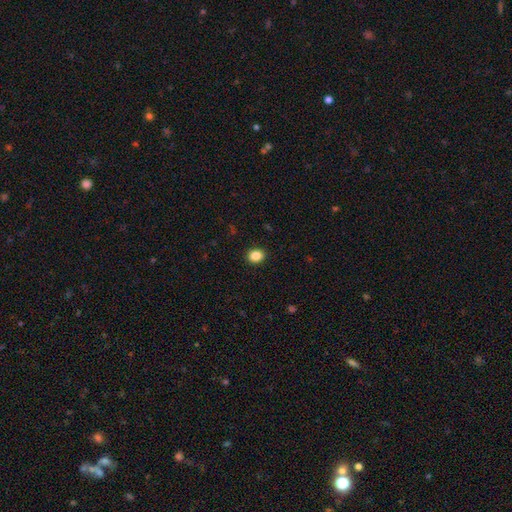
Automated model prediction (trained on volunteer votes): Morphology: type=smooth (87%); roundness=round (54%); merging=none (91%).